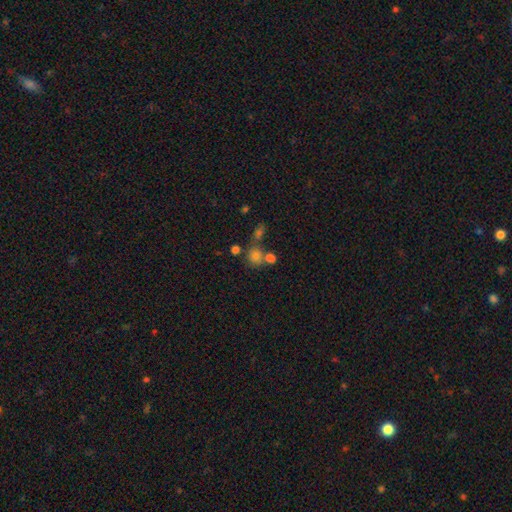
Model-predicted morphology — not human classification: smooth_or_featured: smooth (p=0.75) [alt: star or artifact p=0.16]
how_rounded: round (p=0.77) [alt: in between p=0.22]
merging: none (p=0.51) [alt: merger p=0.33]